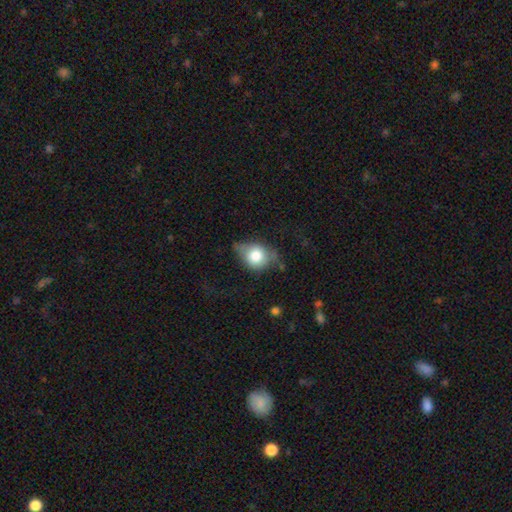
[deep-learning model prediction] Smooth or featured? smooth (71%)
How rounded? round (52%)
Merging? none (48%)